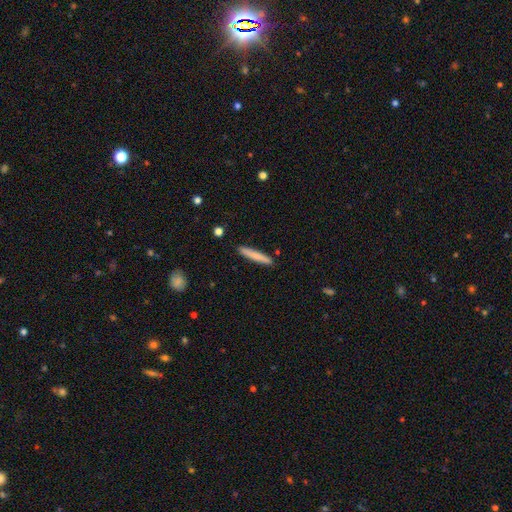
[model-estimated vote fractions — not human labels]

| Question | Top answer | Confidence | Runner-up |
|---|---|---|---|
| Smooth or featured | smooth | 77% | featured or disk (17%) |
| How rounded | cigar-shaped | 94% | in between (5%) |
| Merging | none | 91% | minor disturbance (7%) |